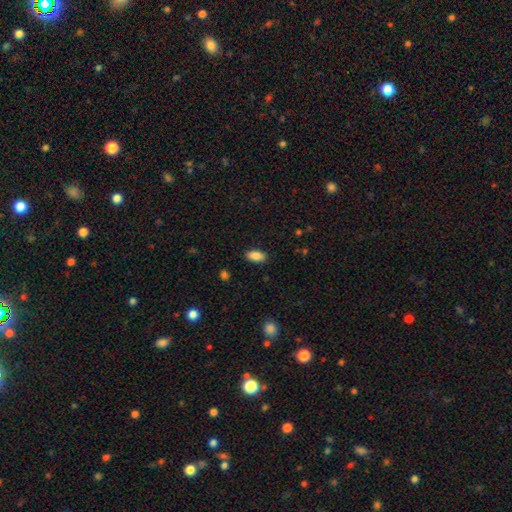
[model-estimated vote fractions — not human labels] smooth 87%, star or artifact 7%, featured or disk 5%. Down the decision tree: how rounded — in between (92%); merging — none (88%).